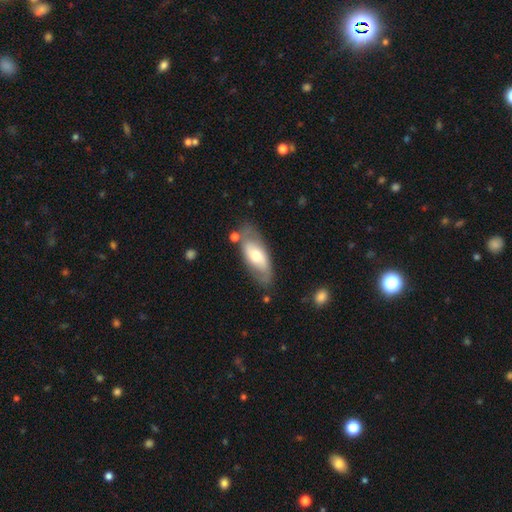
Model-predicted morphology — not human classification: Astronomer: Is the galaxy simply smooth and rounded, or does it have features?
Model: smooth — 51% (runner-up: featured or disk, 43%).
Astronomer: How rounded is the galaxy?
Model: in between — 81%.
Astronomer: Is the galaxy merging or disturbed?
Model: none — 70%.